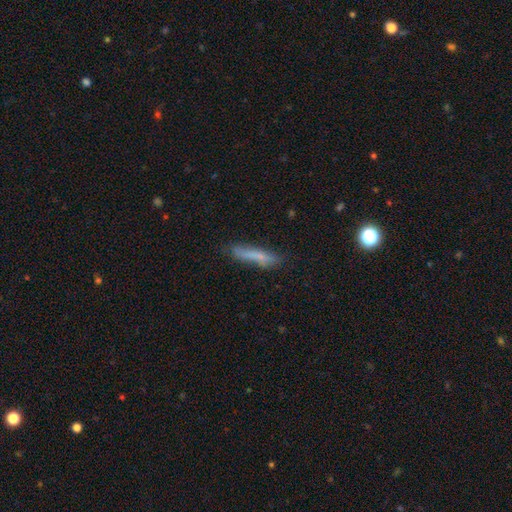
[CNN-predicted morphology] Overall: smooth (70%). How rounded: cigar-shaped (89%). Merging: none (73%).